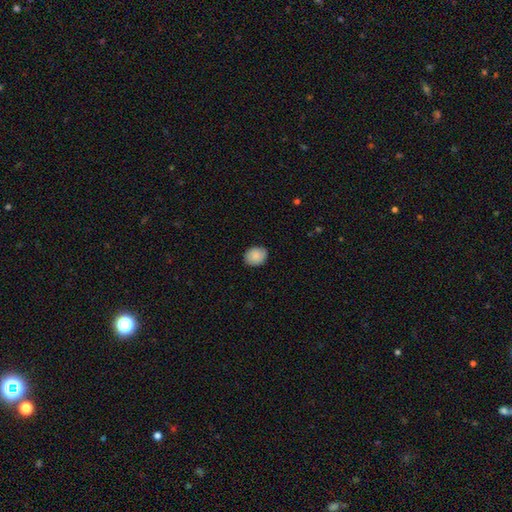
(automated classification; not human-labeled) A smooth galaxy with no disk features (86%) that is in between round and cigar-shaped (50%).

Vote fractions:
- Smooth or featured? smooth: 86% / star or artifact: 7% / featured or disk: 7%
- How rounded? in between: 50% / round: 49% / cigar-shaped: 1%
- Merging? none: 84% / minor disturbance: 13% / major disturbance: 2% / merger: 1%